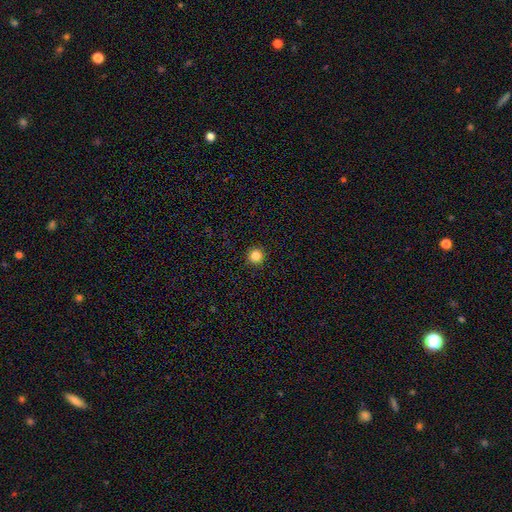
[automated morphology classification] Smooth or featured?
  - smooth: 85% *
  - star or artifact: 11%
  - featured or disk: 4%
How rounded?
  - round: 96% *
  - in between: 3%
  - cigar-shaped: 1%
Merging?
  - none: 93% *
  - minor disturbance: 5%
  - major disturbance: 2%
  - merger: 1%